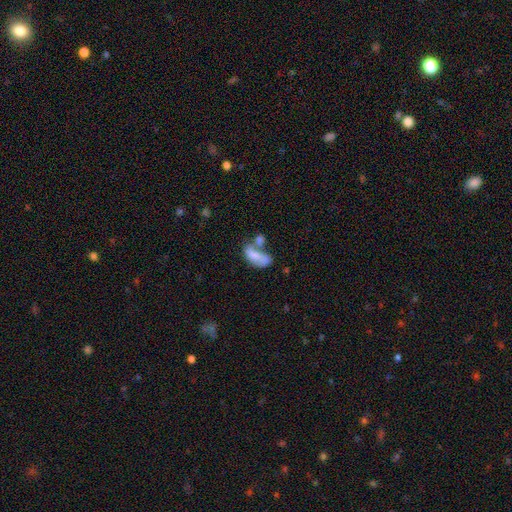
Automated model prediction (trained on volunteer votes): This is possibly a smooth galaxy (59%). How rounded: clearly in between (89%). Merging: possibly merger (55%).